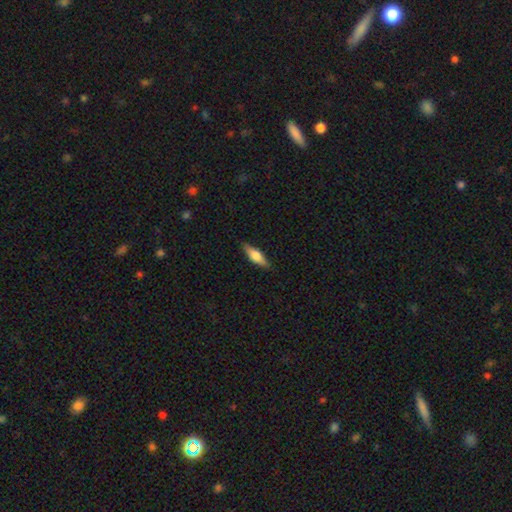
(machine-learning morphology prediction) Smooth or featured: smooth — 54% (featured or disk — 40%)
How rounded: cigar-shaped — 52% (in between — 45%)
Merging: none — 88% (minor disturbance — 9%)